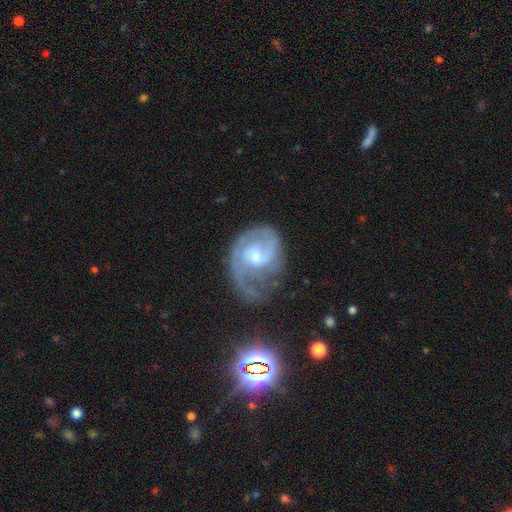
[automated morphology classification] smooth-or-featured: featured or disk: 81% | smooth: 13% | star or artifact: 6%
  disk-edge-on: no: 97% | yes: 3%
    bar: no: 52% | weak: 41% | strong: 7%
    has-spiral-arms: yes: 92% | no: 8%
      spiral-winding: medium: 42% | tight: 39% | loose: 19%
      spiral-arm-count: 2: 41% | 1: 28% | can't tell: 18% | 3: 7% | 4: 2% | more than 4: 2%
    bulge-size: small: 49% | moderate: 40% | none: 5% | large: 4% | dominant: 1%
  merging: none: 43% | major disturbance: 29% | minor disturbance: 24% | merger: 4%